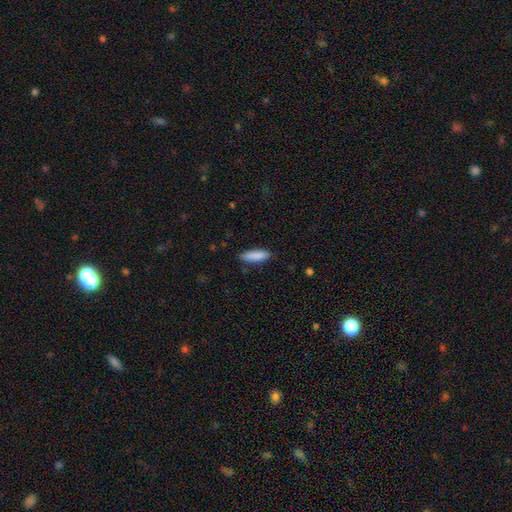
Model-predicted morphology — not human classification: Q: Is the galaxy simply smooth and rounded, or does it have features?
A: smooth — 89%.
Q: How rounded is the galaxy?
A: cigar-shaped — 53%.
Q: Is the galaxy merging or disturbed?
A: none — 87%.